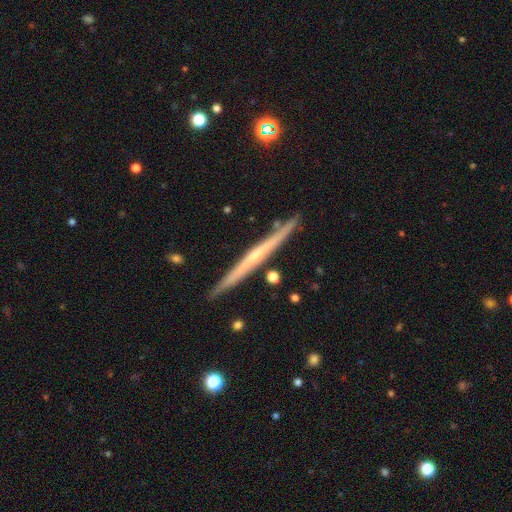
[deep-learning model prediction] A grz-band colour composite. It shows a featured or disk galaxy (69%) viewed edge-on (97%) with no central bulge (63%). Merging: none (88%).